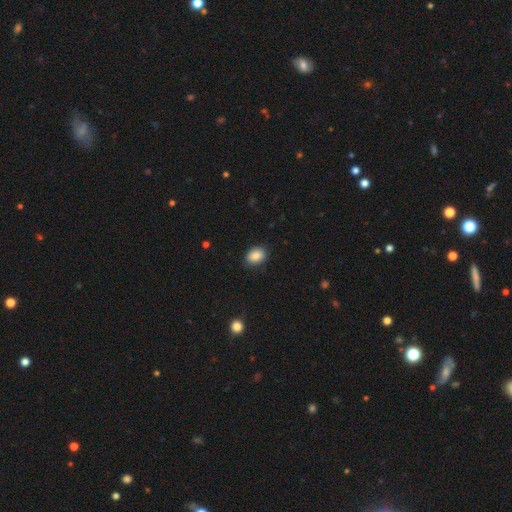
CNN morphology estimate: A smooth galaxy with no disk features (87%) that is in between round and cigar-shaped (66%).

Vote fractions:
- Smooth or featured? smooth: 87% / star or artifact: 8% / featured or disk: 5%
- How rounded? in between: 66% / round: 33% / cigar-shaped: 1%
- Merging? none: 84% / minor disturbance: 12% / major disturbance: 3% / merger: 1%